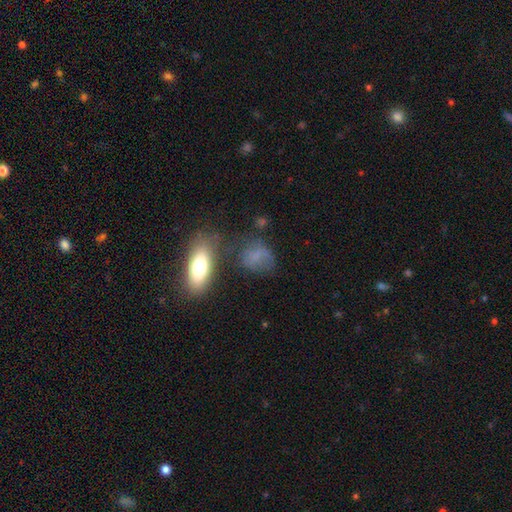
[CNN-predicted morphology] Smooth or featured?
  - smooth: 68% *
  - featured or disk: 18%
  - star or artifact: 14%
How rounded?
  - in between: 63% *
  - round: 32%
  - cigar-shaped: 5%
Merging?
  - none: 47% *
  - minor disturbance: 25%
  - major disturbance: 20%
  - merger: 8%